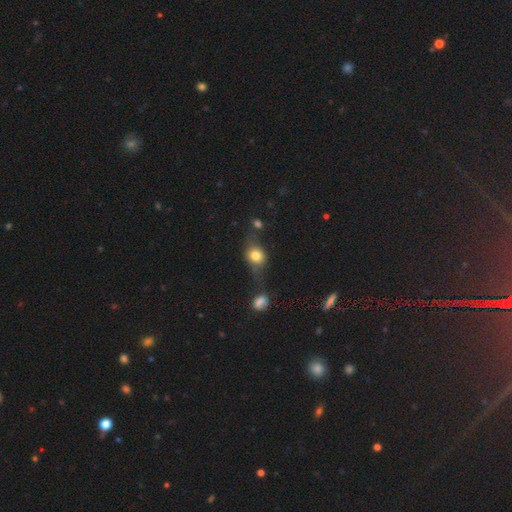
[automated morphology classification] type=smooth (73%); roundness=round (52%); merging=none (50%).